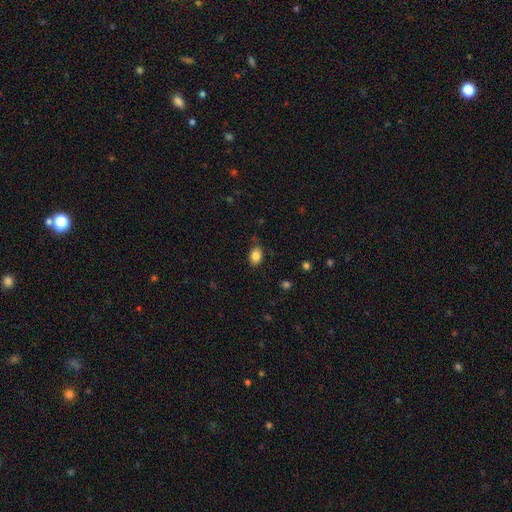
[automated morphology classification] smooth 84%, star or artifact 9%, featured or disk 6%. Down the decision tree: how rounded — in between (79%); merging — none (78%).